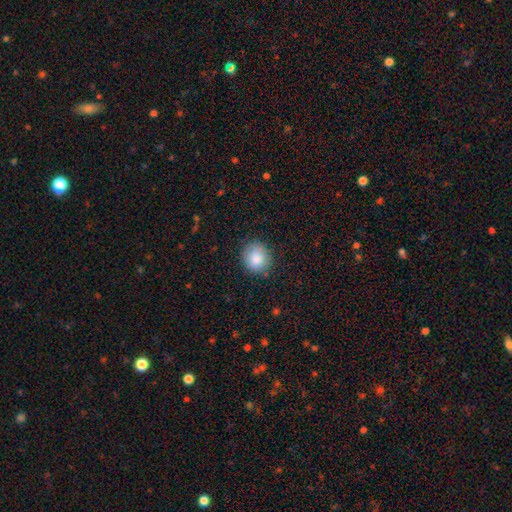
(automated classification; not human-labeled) Smooth or featured?
  - smooth: 86% *
  - star or artifact: 8%
  - featured or disk: 6%
How rounded?
  - round: 81% *
  - in between: 18%
  - cigar-shaped: 1%
Merging?
  - none: 85% *
  - minor disturbance: 12%
  - major disturbance: 3%
  - merger: 1%